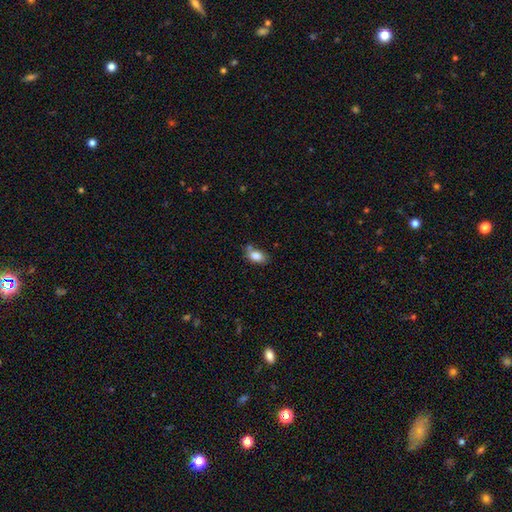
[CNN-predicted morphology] The model was most divided on "merging": none: 63%, minor disturbance: 20%, merger: 12%, major disturbance: 5%. More confident: how rounded — in between (88%); smooth or featured — smooth (84%).